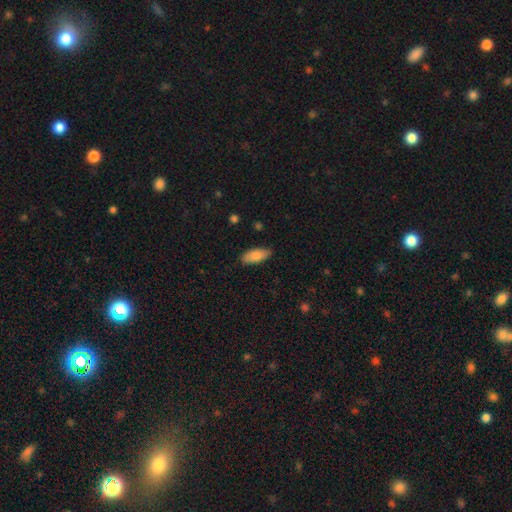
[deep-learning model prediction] A smooth galaxy with no disk features (84%) that is in between round and cigar-shaped (85%).

Vote fractions:
- Smooth or featured? smooth: 84% / featured or disk: 10% / star or artifact: 6%
- How rounded? in between: 85% / cigar-shaped: 14% / round: 2%
- Merging? none: 85% / minor disturbance: 11% / major disturbance: 2% / merger: 1%